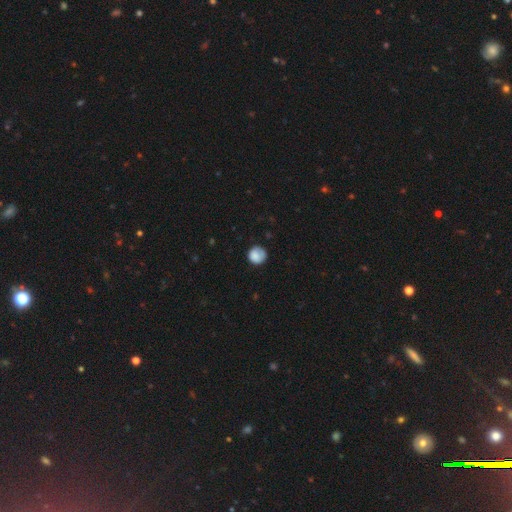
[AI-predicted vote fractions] This is clearly a smooth galaxy (82%). How rounded: clearly round (89%). Merging: likely none (70%).